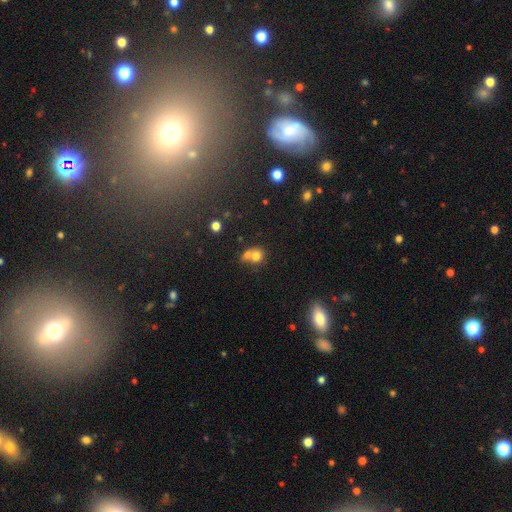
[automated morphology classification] type=smooth (71%); roundness=round (75%); merging=merger (57%).